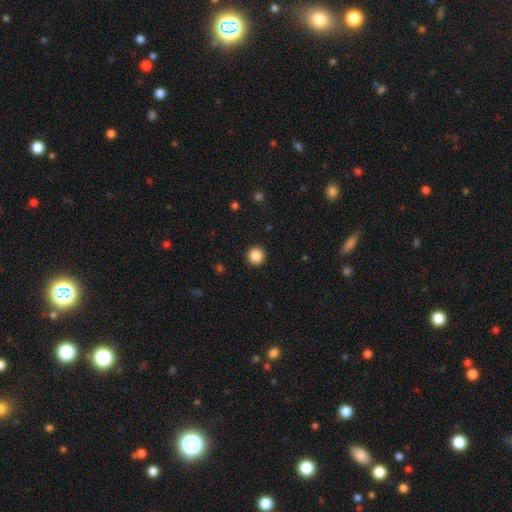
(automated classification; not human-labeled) smooth_or_featured: smooth (p=0.87) [alt: star or artifact p=0.10]
how_rounded: round (p=0.95) [alt: in between p=0.04]
merging: none (p=0.92) [alt: minor disturbance p=0.05]